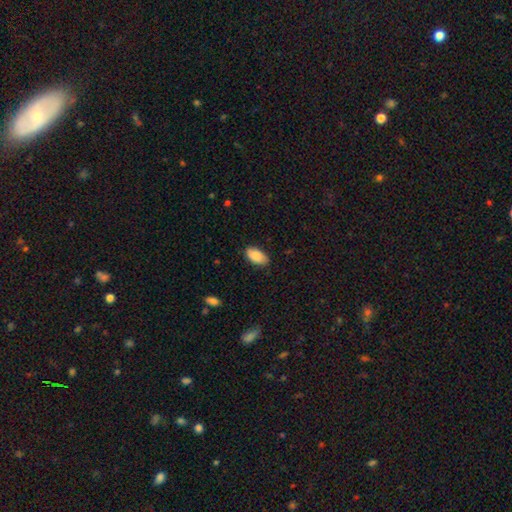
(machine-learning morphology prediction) Smooth or featured: smooth — 87% (star or artifact — 7%)
How rounded: in between — 94% (round — 3%)
Merging: none — 80% (minor disturbance — 16%)